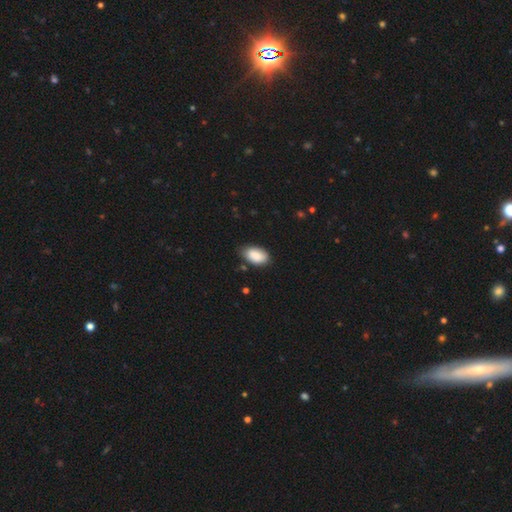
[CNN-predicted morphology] A smooth galaxy with no disk features (89%) that is in between round and cigar-shaped (94%). Merging: none (74%).